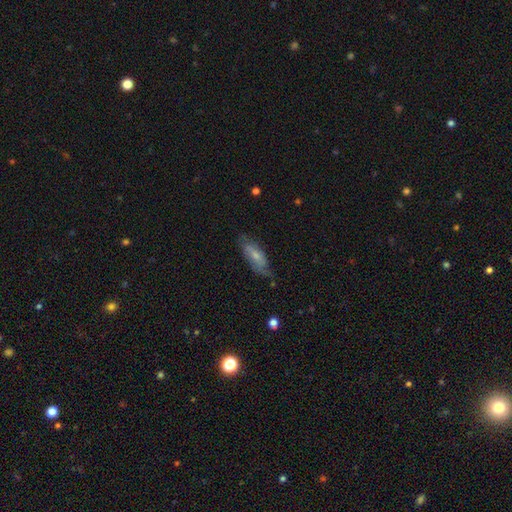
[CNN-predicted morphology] Smooth or featured: smooth — 55% (featured or disk — 39%)
How rounded: in between — 65% (cigar-shaped — 33%)
Merging: none — 64% (minor disturbance — 26%)